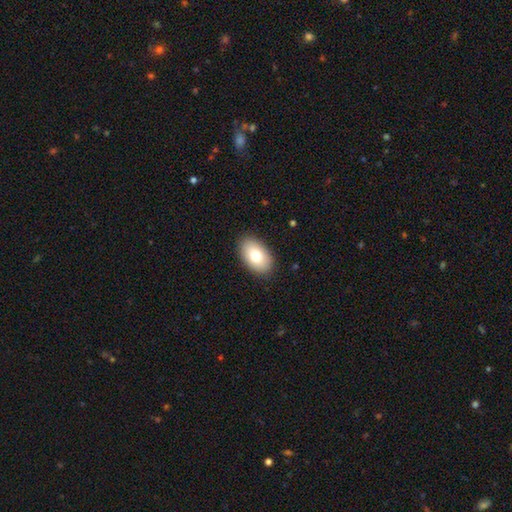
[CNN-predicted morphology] smooth-or-featured: smooth: 77% | featured or disk: 15% | star or artifact: 7%
  how-rounded: in between: 93% | round: 6% | cigar-shaped: 1%
  merging: none: 89% | minor disturbance: 8% | major disturbance: 2% | merger: 1%